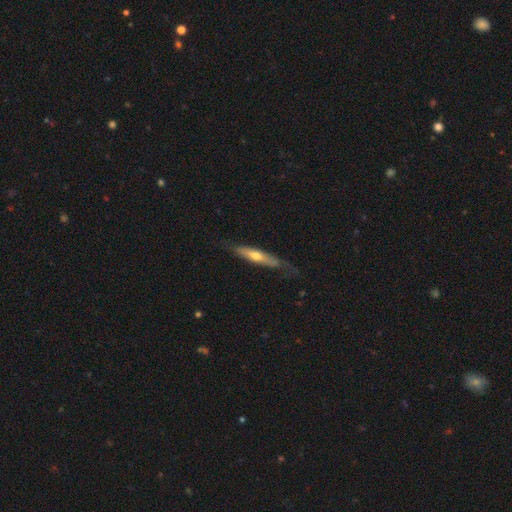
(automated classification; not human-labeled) smooth-or-featured: smooth: 48% | featured or disk: 46% | star or artifact: 5%
  merging: none: 66% | minor disturbance: 24% | major disturbance: 9% | merger: 2%